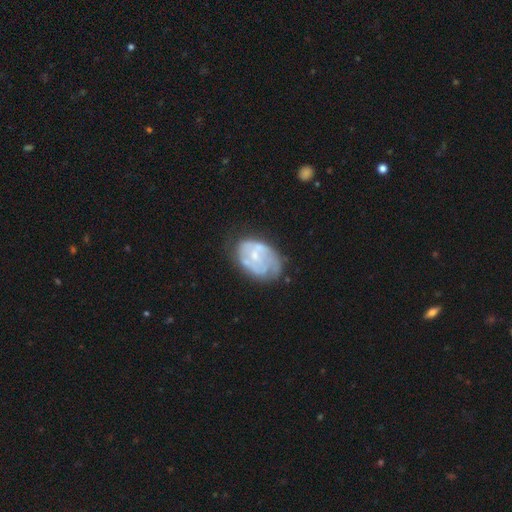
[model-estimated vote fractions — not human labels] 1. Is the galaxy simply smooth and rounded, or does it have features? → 66% featured or disk, 27% smooth, 7% star or artifact.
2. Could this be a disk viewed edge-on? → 97% no, 3% yes.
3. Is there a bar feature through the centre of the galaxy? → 69% no, 26% weak, 5% strong.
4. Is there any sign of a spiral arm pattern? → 58% yes, 42% no.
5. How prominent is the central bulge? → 54% small, 30% moderate, 13% none, 2% large, 1% dominant.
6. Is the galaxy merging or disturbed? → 50% none, 29% minor disturbance, 17% major disturbance, 4% merger.